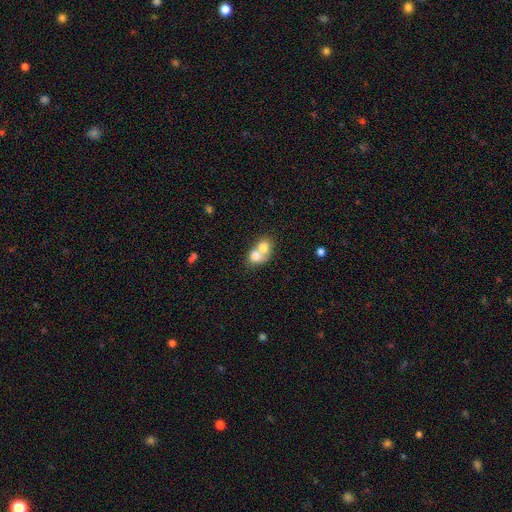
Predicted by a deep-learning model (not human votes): Smooth or featured?
  - smooth: 72% *
  - featured or disk: 19%
  - star or artifact: 9%
How rounded?
  - round: 58% *
  - in between: 41%
  - cigar-shaped: 1%
Merging?
  - merger: 77% *
  - none: 16%
  - minor disturbance: 4%
  - major disturbance: 3%